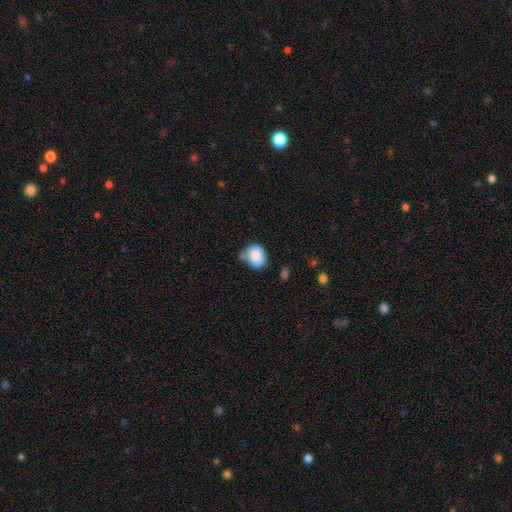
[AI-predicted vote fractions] smooth-or-featured: smooth: 85% | star or artifact: 8% | featured or disk: 7%
  how-rounded: round: 51% | in between: 48% | cigar-shaped: 1%
  merging: none: 54% | minor disturbance: 27% | merger: 12% | major disturbance: 6%